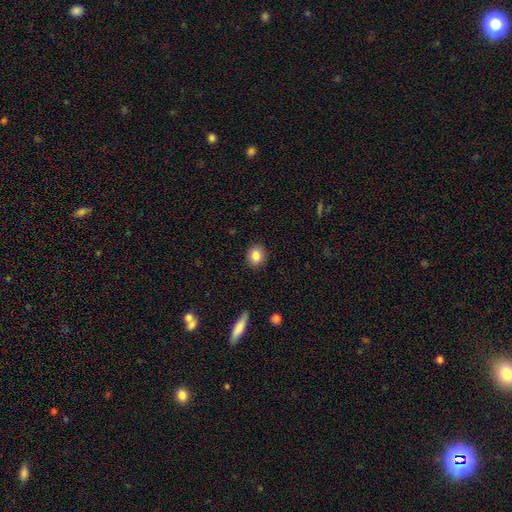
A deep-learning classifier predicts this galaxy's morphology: The model was most divided on "how rounded": round: 70%, in between: 29%, cigar-shaped: 1%. More confident: merging — none (90%); smooth or featured — smooth (85%).